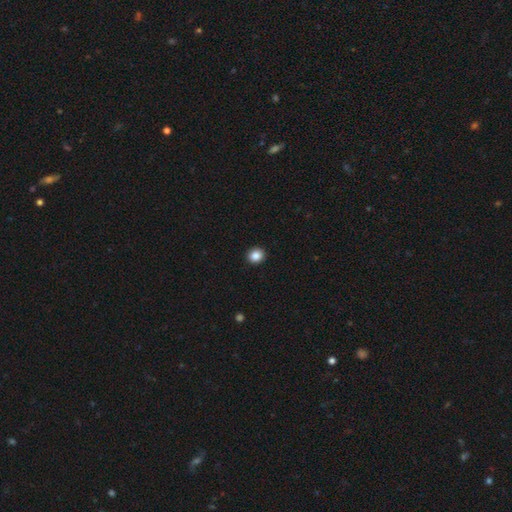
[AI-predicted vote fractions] Morphology: type=smooth (86%); roundness=round (83%); merging=none (93%).